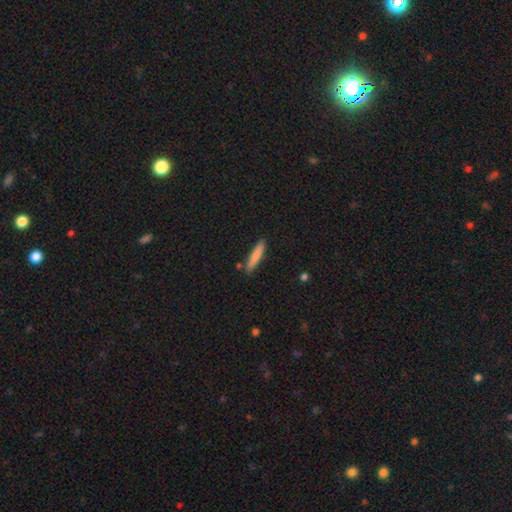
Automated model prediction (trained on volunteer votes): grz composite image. It shows a smooth galaxy with no disk features (81%) that is cigar-shaped (90%). Merging: none (85%).